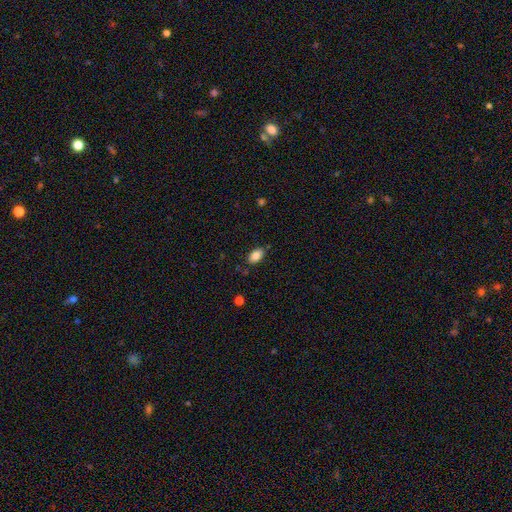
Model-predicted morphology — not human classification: The model was most divided on "merging": none: 81%, minor disturbance: 14%, major disturbance: 3%, merger: 2%. More confident: how rounded — in between (91%); smooth or featured — smooth (85%).